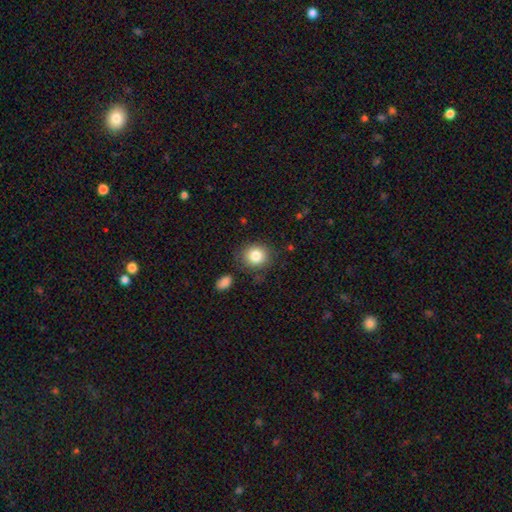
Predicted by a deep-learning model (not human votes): Overall: smooth (83%). How rounded: round (82%). Merging: none (81%).